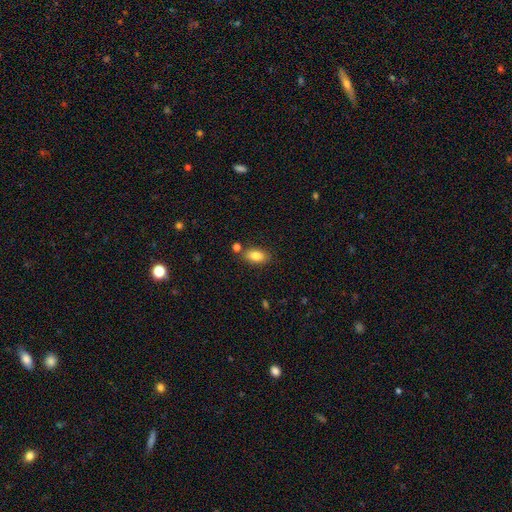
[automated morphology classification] smooth-or-featured: smooth: 85% | star or artifact: 8% | featured or disk: 7%
  how-rounded: in between: 91% | round: 6% | cigar-shaped: 3%
  merging: none: 77% | minor disturbance: 12% | merger: 8% | major disturbance: 3%